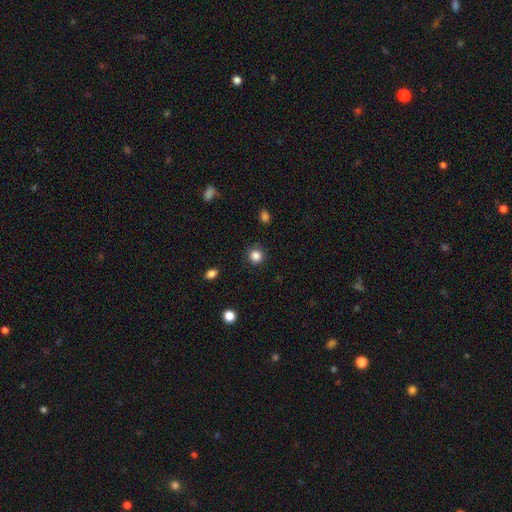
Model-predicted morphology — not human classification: smooth_or_featured: smooth (p=0.85) [alt: star or artifact p=0.12]
how_rounded: round (p=0.92) [alt: in between p=0.07]
merging: none (p=0.89) [alt: minor disturbance p=0.07]